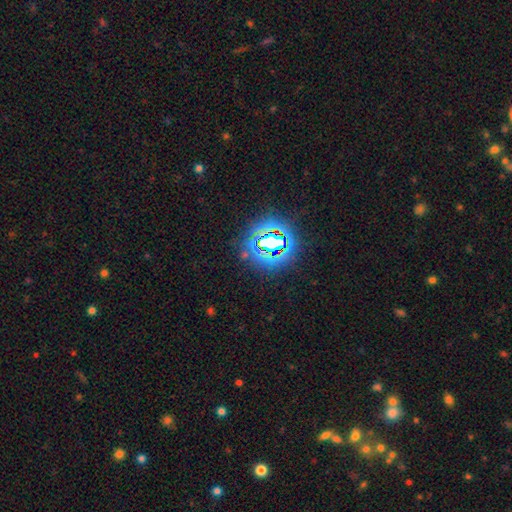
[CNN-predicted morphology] Smooth or featured? star or artifact (82%)